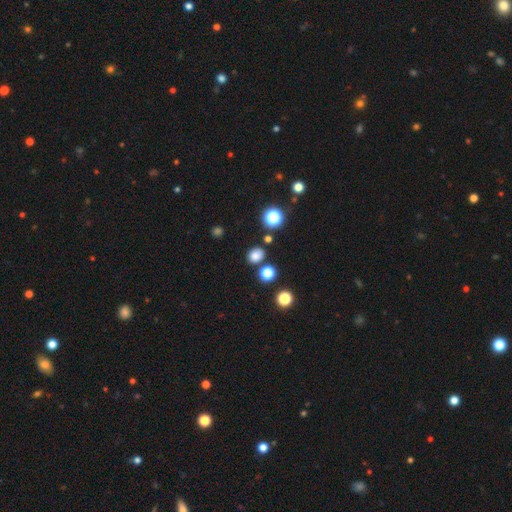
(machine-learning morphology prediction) Q: Smooth or featured?
A: smooth (80%); runner-up: star or artifact (16%)
Q: How rounded?
A: round (53%); runner-up: in between (46%)
Q: Merging?
A: none (80%); runner-up: minor disturbance (10%)